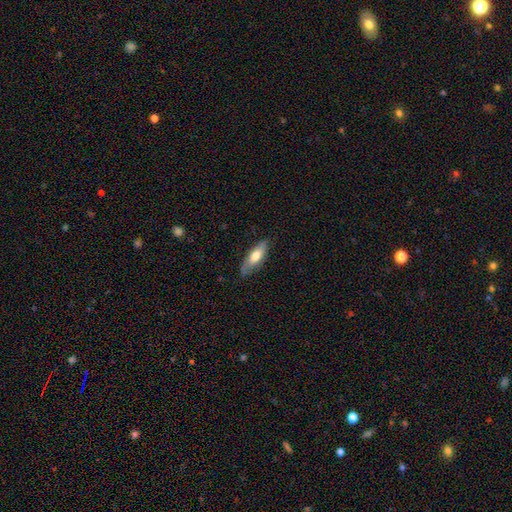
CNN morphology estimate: The model was most divided on "how rounded": in between: 59%, cigar-shaped: 39%, round: 2%. More confident: merging — none (73%); smooth or featured — smooth (65%).